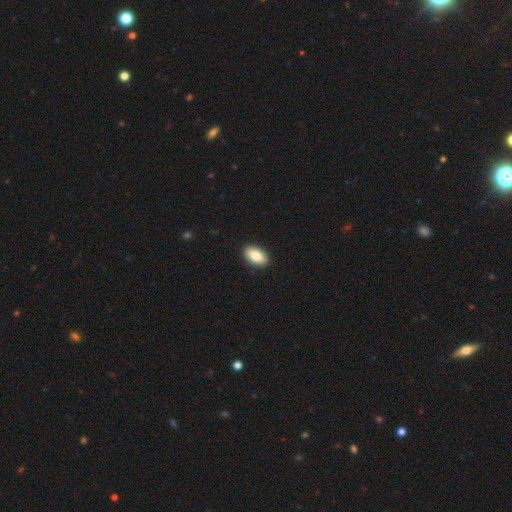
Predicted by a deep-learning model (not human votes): A smooth galaxy with no disk features (85%) that is in between round and cigar-shaped (93%). Merging: none (91%).